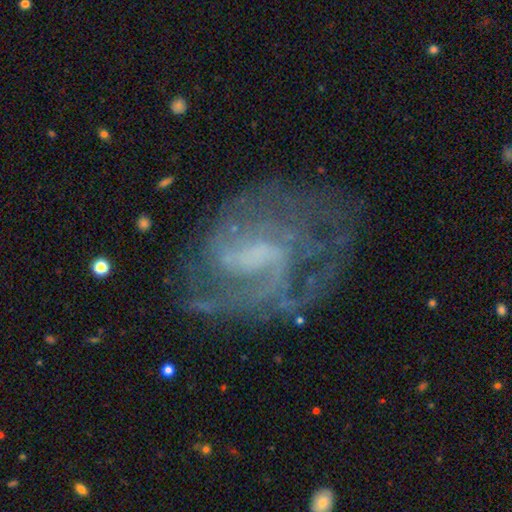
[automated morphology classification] smooth_or_featured: featured or disk (p=0.85) [alt: smooth p=0.08]
disk_edge_on: no (p=0.97) [alt: yes p=0.03]
bar: weak (p=0.51) [alt: no p=0.31]
has_spiral_arms: yes (p=0.92) [alt: no p=0.08]
spiral_winding: medium (p=0.45) [alt: tight p=0.35]
spiral_arm_count: 2 (p=0.43) [alt: can't tell p=0.26]
bulge_size: none (p=0.46) [alt: small p=0.32]
merging: none (p=0.60) [alt: major disturbance p=0.19]